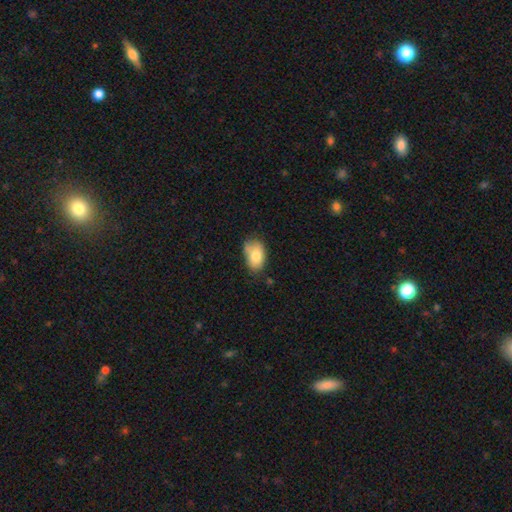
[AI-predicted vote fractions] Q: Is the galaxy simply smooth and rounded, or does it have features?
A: smooth — 79%.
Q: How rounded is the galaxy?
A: in between — 89%.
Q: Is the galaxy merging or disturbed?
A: none — 55%.